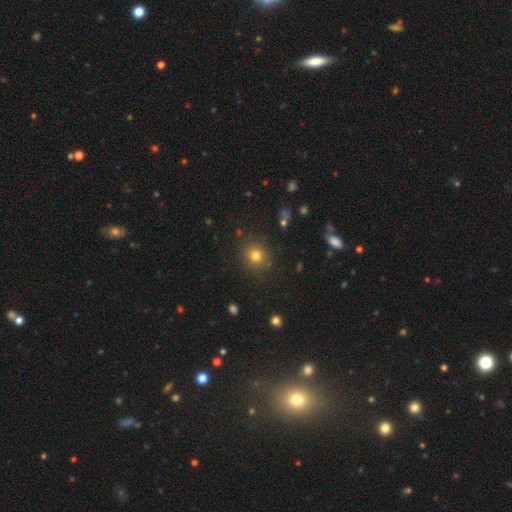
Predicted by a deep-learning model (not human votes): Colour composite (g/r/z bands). It shows a smooth galaxy with no disk features (77%) that is round (89%). Merging: none (88%).